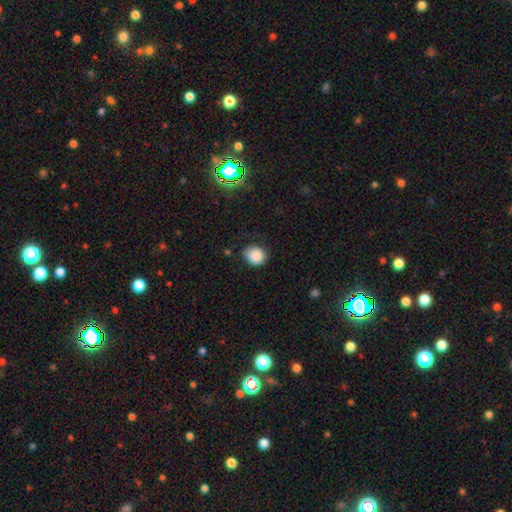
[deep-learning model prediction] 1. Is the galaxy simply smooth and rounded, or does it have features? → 87% smooth, 9% star or artifact, 4% featured or disk.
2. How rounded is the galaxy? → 78% round, 21% in between, 1% cigar-shaped.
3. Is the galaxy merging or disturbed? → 65% none, 26% minor disturbance, 7% major disturbance, 2% merger.